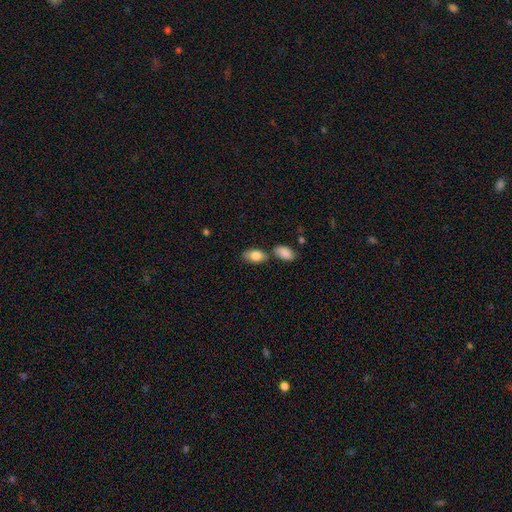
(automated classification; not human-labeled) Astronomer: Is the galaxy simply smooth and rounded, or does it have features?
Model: smooth — 82%.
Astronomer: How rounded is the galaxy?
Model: in between — 92%.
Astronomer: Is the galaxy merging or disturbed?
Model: none — 66%.